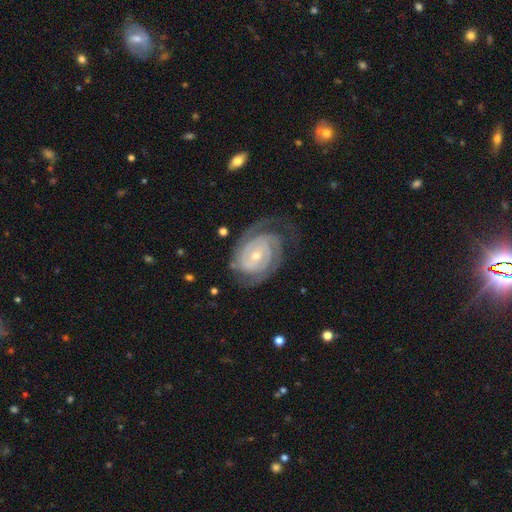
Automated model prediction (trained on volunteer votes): smooth-or-featured: featured or disk: 91% | star or artifact: 4% | smooth: 4%
  disk-edge-on: no: 97% | yes: 3%
    bar: no: 63% | weak: 26% | strong: 11%
    has-spiral-arms: yes: 98% | no: 2%
      spiral-winding: tight: 77% | medium: 19% | loose: 4%
      spiral-arm-count: 2: 61% | 3: 14% | can't tell: 13% | 4: 4% | 1: 4% | more than 4: 3%
    bulge-size: small: 61% | moderate: 36% | large: 1% | none: 1% | dominant: 1%
  merging: none: 71% | minor disturbance: 17% | major disturbance: 10% | merger: 1%